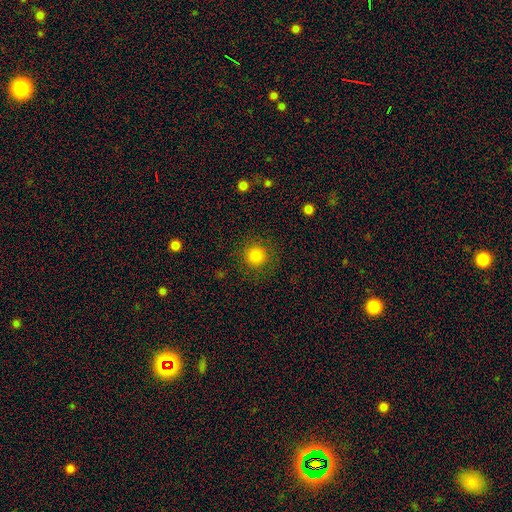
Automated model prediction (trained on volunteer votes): Smooth or featured?
  - smooth: 84% *
  - star or artifact: 11%
  - featured or disk: 5%
How rounded?
  - round: 94% *
  - in between: 5%
  - cigar-shaped: 1%
Merging?
  - none: 88% *
  - minor disturbance: 7%
  - major disturbance: 3%
  - merger: 1%